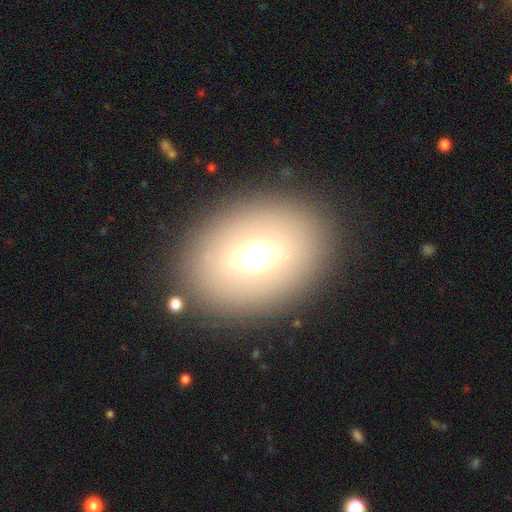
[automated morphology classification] smooth 60%, featured or disk 25%, star or artifact 15%. Down the decision tree: how rounded — in between (60%); merging — none (83%).